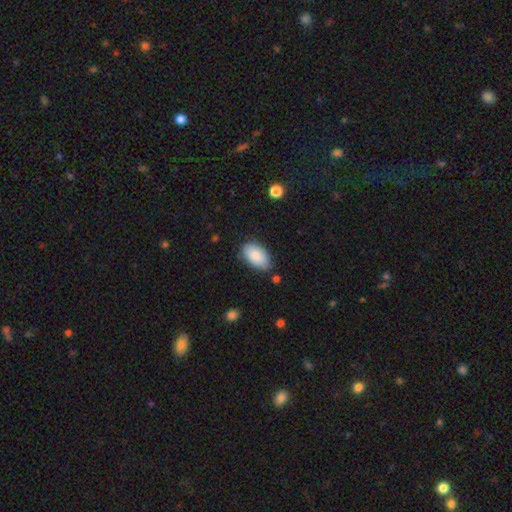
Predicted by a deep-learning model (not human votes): Q: Smooth or featured?
A: smooth (86%); runner-up: featured or disk (7%)
Q: How rounded?
A: in between (94%); runner-up: round (4%)
Q: Merging?
A: none (77%); runner-up: minor disturbance (18%)